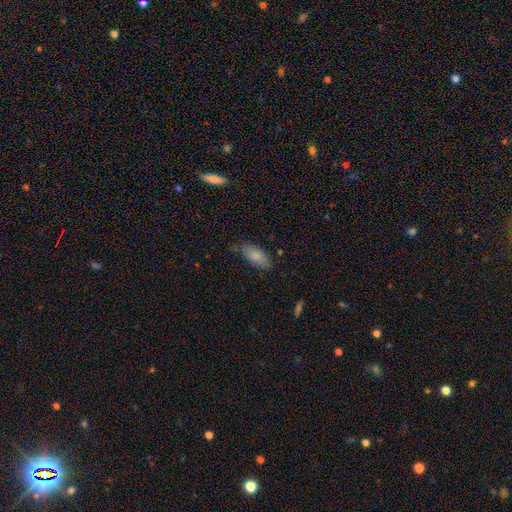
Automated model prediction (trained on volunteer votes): smooth_or_featured: smooth (p=0.83) [alt: featured or disk p=0.11]
how_rounded: in between (p=0.84) [alt: cigar-shaped p=0.14]
merging: none (p=0.74) [alt: minor disturbance p=0.20]